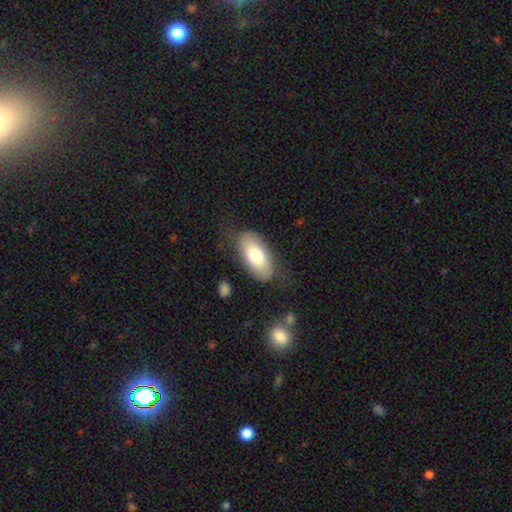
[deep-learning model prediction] smooth_or_featured: smooth (p=0.71) [alt: featured or disk p=0.23]
how_rounded: in between (p=0.92) [alt: cigar-shaped p=0.05]
merging: none (p=0.73) [alt: minor disturbance p=0.18]